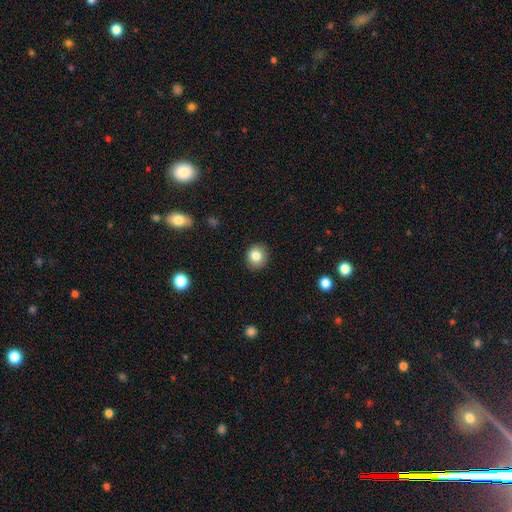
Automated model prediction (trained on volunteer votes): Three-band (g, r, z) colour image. It shows a smooth galaxy with no disk features (83%) that is round (84%). Merging: none (90%).